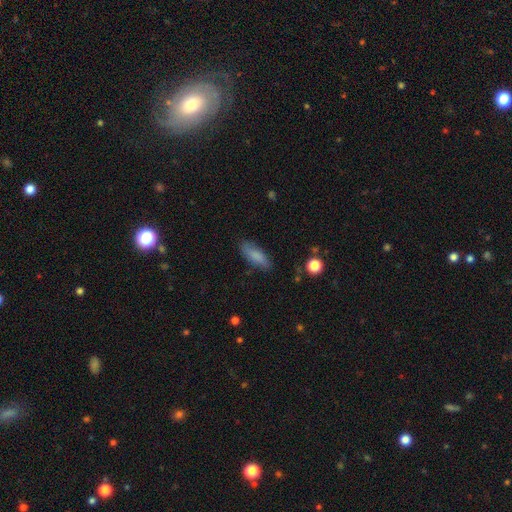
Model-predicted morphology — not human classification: This is clearly a smooth galaxy (81%). How rounded: likely in between (62%). Merging: likely none (79%).